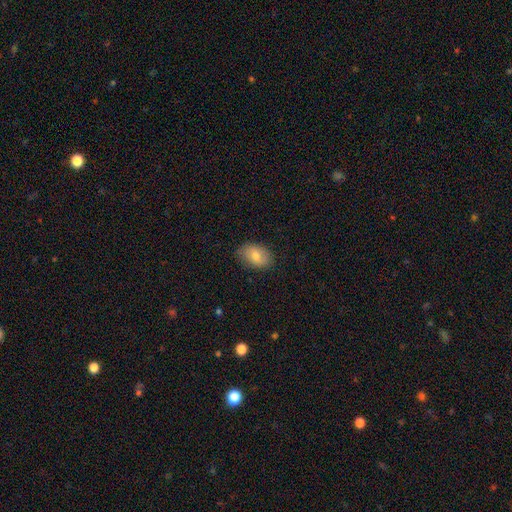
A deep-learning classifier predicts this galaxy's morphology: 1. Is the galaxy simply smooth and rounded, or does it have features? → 73% smooth, 19% featured or disk, 8% star or artifact.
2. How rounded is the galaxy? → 86% in between, 13% round, 1% cigar-shaped.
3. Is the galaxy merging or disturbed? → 84% none, 13% minor disturbance, 3% major disturbance, 1% merger.